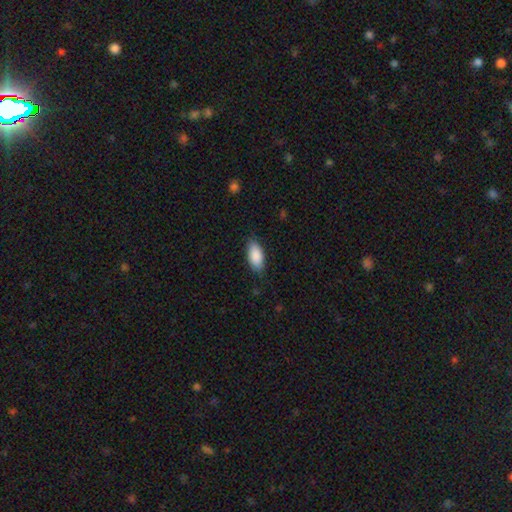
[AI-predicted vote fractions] Q: Smooth or featured?
A: smooth (89%); runner-up: star or artifact (6%)
Q: How rounded?
A: in between (90%); runner-up: cigar-shaped (8%)
Q: Merging?
A: none (83%); runner-up: minor disturbance (13%)